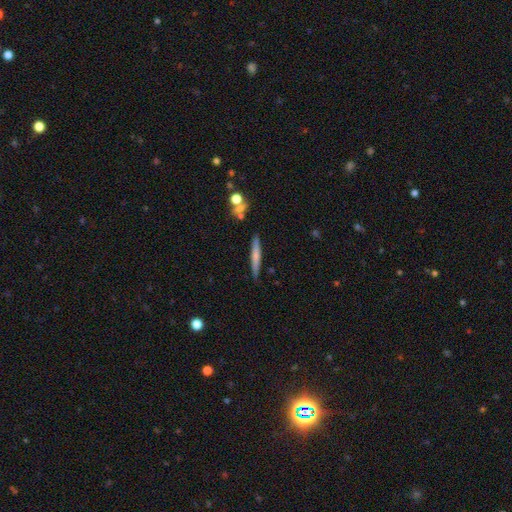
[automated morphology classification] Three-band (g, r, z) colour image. It shows a smooth galaxy with no disk features (57%) that is cigar-shaped (94%). Merging: none (87%).